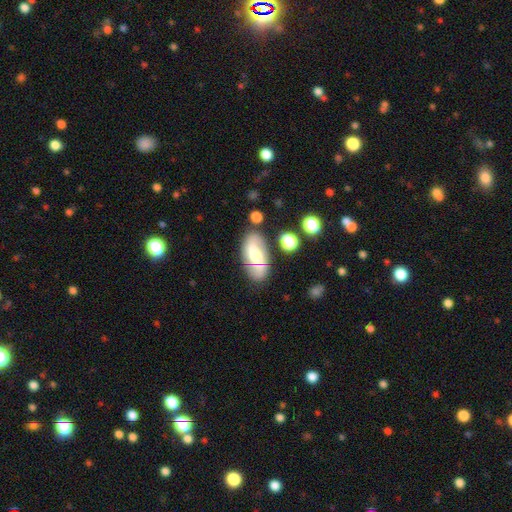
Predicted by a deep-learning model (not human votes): smooth-or-featured: smooth: 48% | featured or disk: 44% | star or artifact: 9%
  merging: none: 69% | minor disturbance: 18% | merger: 7% | major disturbance: 6%